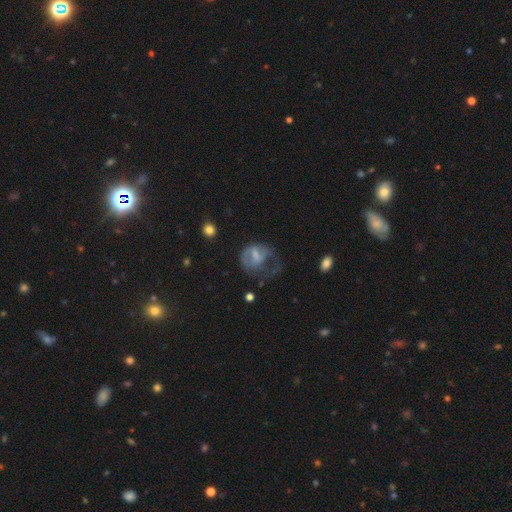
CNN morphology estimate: A featured or disk galaxy (47%).

Vote fractions:
- Smooth or featured? featured or disk: 47% / smooth: 44% / star or artifact: 9%
- Merging? major disturbance: 51% / none: 25% / minor disturbance: 21% / merger: 3%